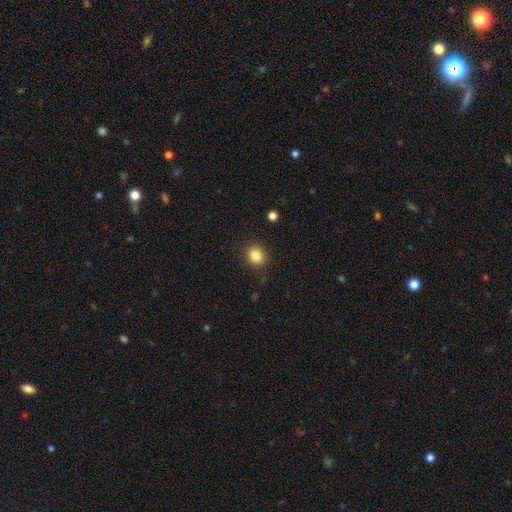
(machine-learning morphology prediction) smooth-or-featured: smooth: 84% | star or artifact: 11% | featured or disk: 5%
  how-rounded: round: 79% | in between: 20% | cigar-shaped: 1%
  merging: none: 89% | minor disturbance: 7% | major disturbance: 2% | merger: 1%